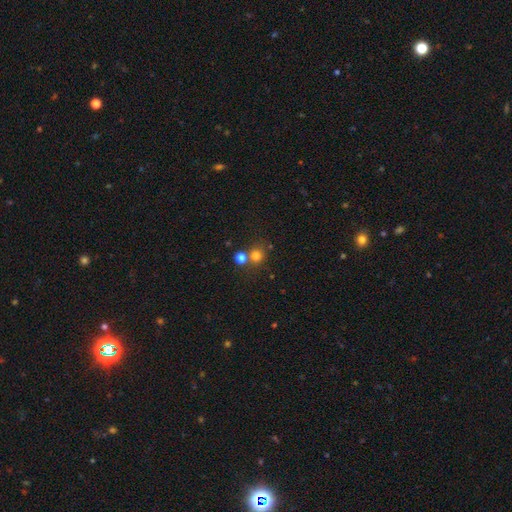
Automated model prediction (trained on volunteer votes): smooth-or-featured: smooth: 75% | star or artifact: 18% | featured or disk: 7%
  how-rounded: round: 88% | in between: 11% | cigar-shaped: 1%
  merging: none: 64% | merger: 24% | minor disturbance: 8% | major disturbance: 4%